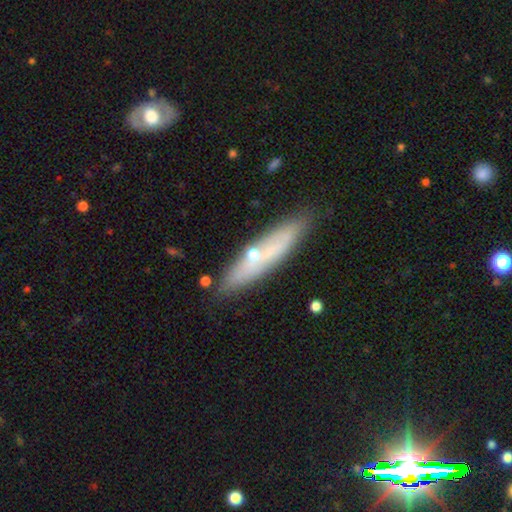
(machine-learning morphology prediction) Overall: smooth (53%; featured or disk 39%). How rounded: cigar-shaped (77%). Merging: none (80%).